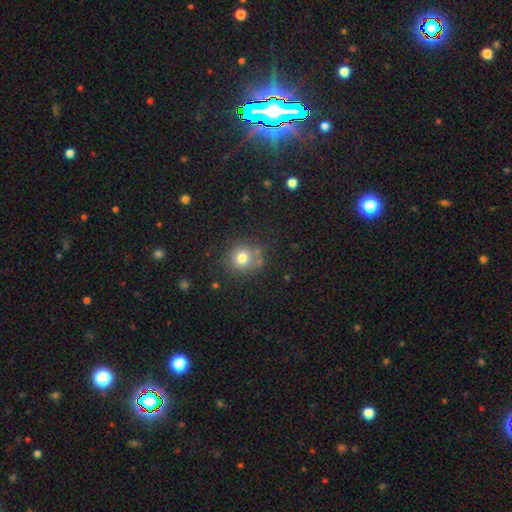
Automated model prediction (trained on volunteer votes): Smooth or featured?
  - smooth: 53% *
  - star or artifact: 35%
  - featured or disk: 12%
How rounded?
  - round: 86% *
  - in between: 13%
  - cigar-shaped: 1%
Merging?
  - none: 81% *
  - minor disturbance: 11%
  - major disturbance: 5%
  - merger: 3%